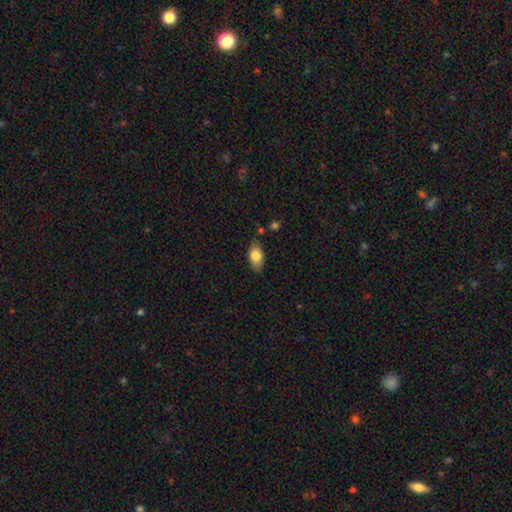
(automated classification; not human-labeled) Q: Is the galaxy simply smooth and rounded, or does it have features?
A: smooth — 77%.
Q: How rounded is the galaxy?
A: in between — 88%.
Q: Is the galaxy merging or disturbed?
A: none — 74%.